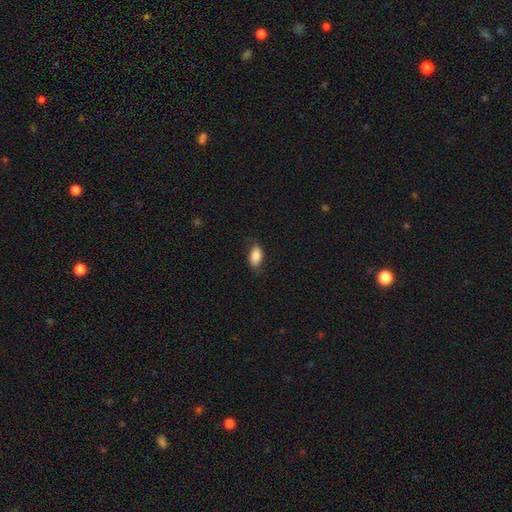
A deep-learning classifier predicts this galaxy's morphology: The model was most divided on "merging": none: 77%, minor disturbance: 18%, major disturbance: 4%, merger: 1%. More confident: how rounded — in between (91%); smooth or featured — smooth (83%).